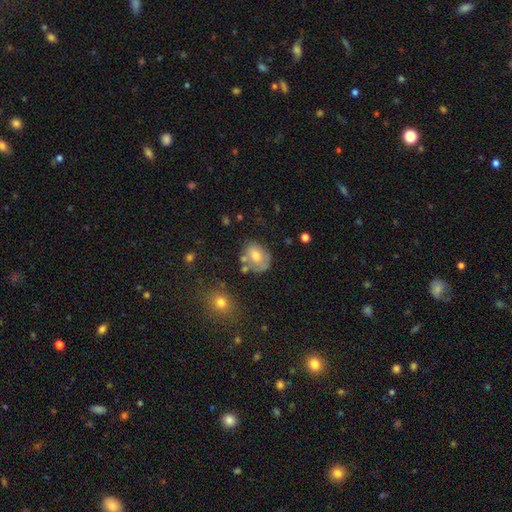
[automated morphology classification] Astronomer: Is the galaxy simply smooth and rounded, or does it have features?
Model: smooth — 58%.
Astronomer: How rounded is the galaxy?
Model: in between — 50% (runner-up: round, 49%).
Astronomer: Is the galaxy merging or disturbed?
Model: none — 57%.